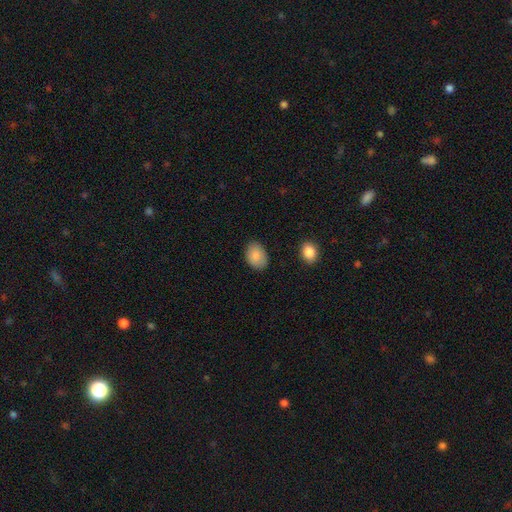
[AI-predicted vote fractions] Smooth or featured?
  - smooth: 87% *
  - star or artifact: 7%
  - featured or disk: 7%
How rounded?
  - in between: 78% *
  - round: 21%
  - cigar-shaped: 1%
Merging?
  - none: 83% *
  - minor disturbance: 13%
  - major disturbance: 2%
  - merger: 1%